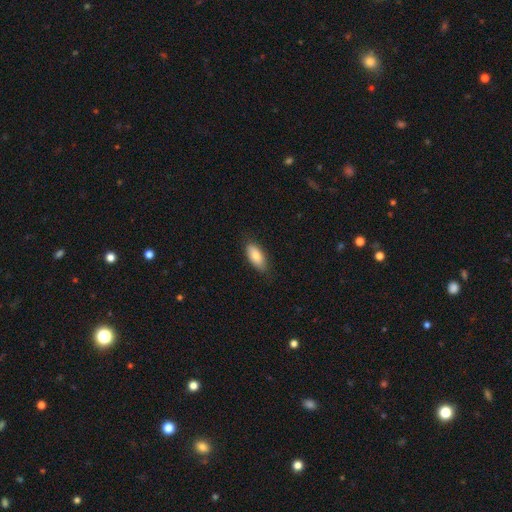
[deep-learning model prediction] Morphology: type=smooth (82%); roundness=in between (86%); merging=none (81%).